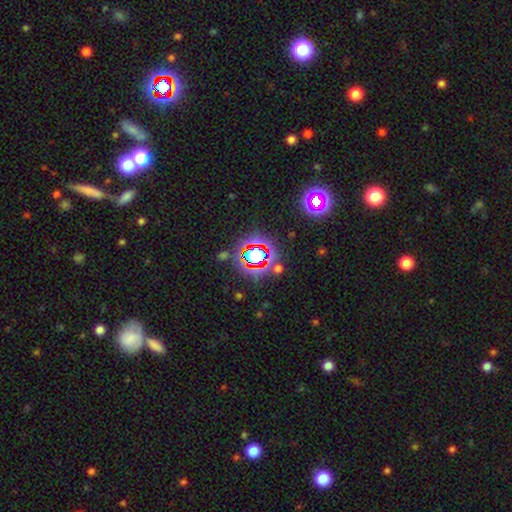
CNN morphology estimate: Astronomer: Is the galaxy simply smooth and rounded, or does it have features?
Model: star or artifact — 67%.